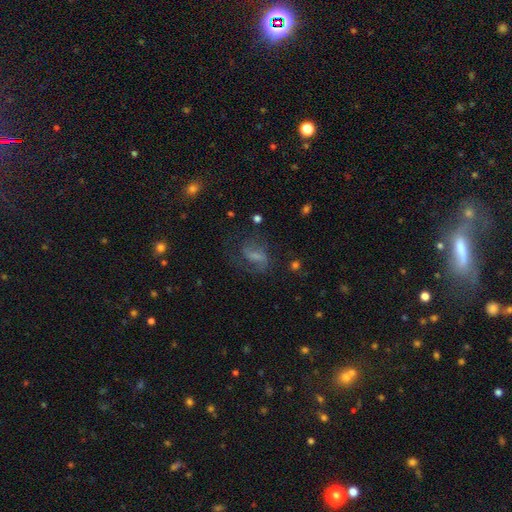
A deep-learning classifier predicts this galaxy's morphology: A featured or disk galaxy (49%). Merging: none (50%).